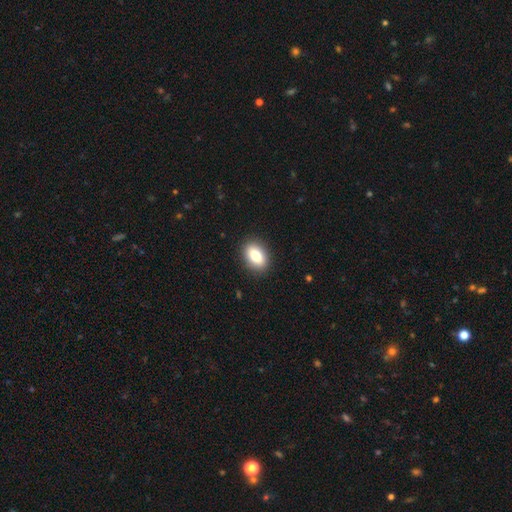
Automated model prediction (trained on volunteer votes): Smooth or featured: smooth — 80% (featured or disk — 12%)
How rounded: in between — 84% (round — 14%)
Merging: none — 89% (minor disturbance — 8%)